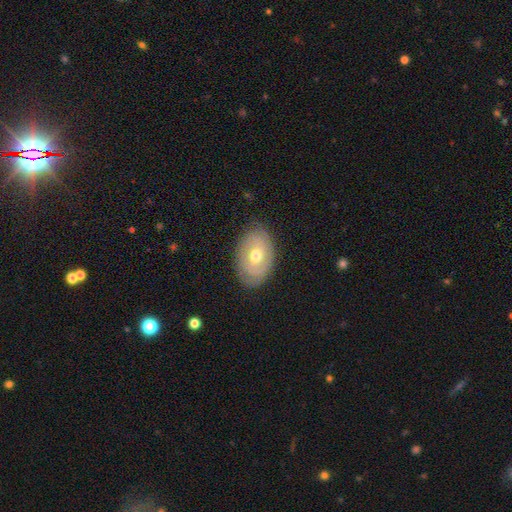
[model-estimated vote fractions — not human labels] Smooth or featured? Predicted: featured or disk (p=0.63). Edge-on disk? Predicted: no (p=0.93). Bar? Predicted: no (p=0.74). Spiral arms? Predicted: yes (p=0.65). Bulge size? Predicted: moderate (p=0.72). Merging? Predicted: none (p=0.80).